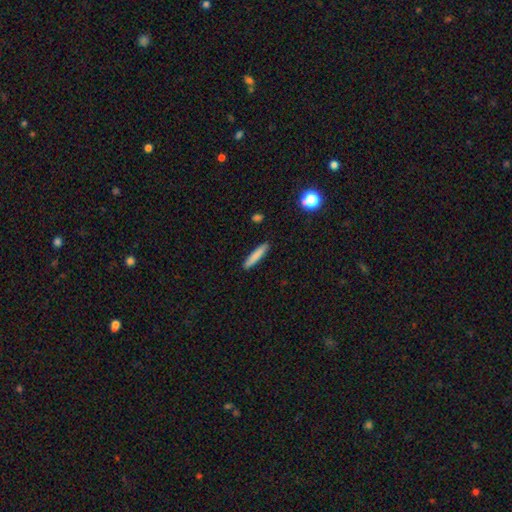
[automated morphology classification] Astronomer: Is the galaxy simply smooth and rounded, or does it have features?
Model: smooth — 83%.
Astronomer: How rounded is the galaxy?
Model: cigar-shaped — 90%.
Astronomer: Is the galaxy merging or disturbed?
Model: none — 90%.